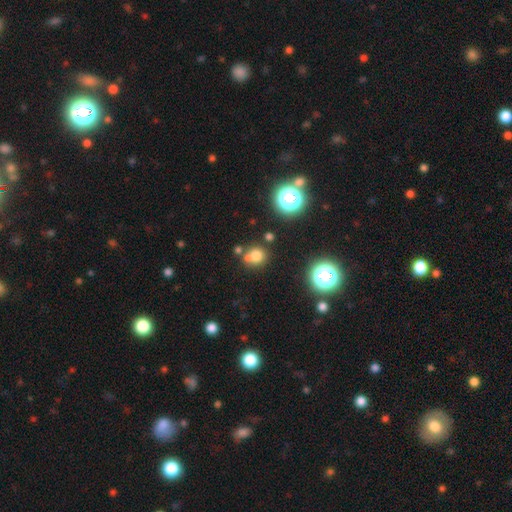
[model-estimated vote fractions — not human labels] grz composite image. It shows a smooth galaxy with no disk features (71%) that is round (82%). Merging: none (61%).